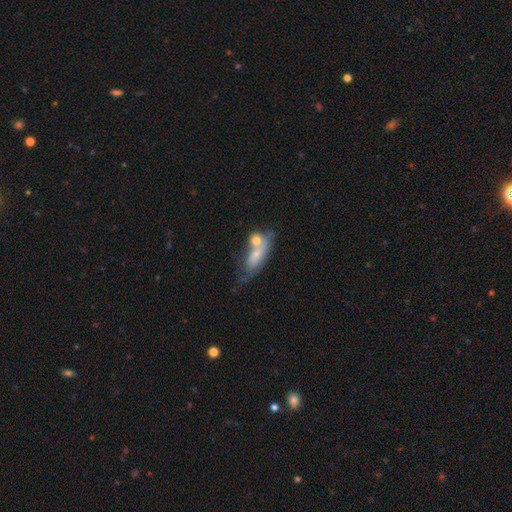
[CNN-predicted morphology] smooth_or_featured: smooth (p=0.64) [alt: featured or disk p=0.29]
how_rounded: in between (p=0.73) [alt: cigar-shaped p=0.17]
merging: merger (p=0.58) [alt: none p=0.20]